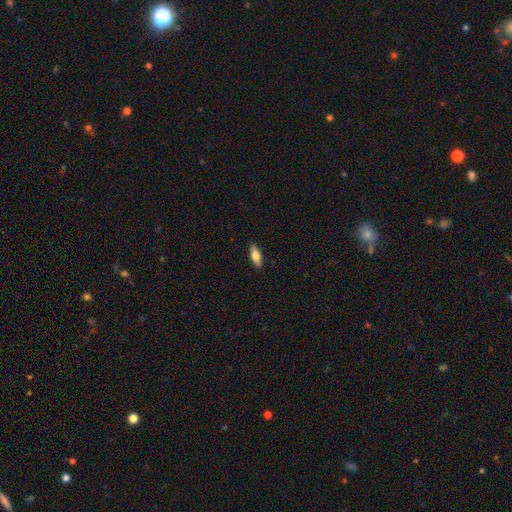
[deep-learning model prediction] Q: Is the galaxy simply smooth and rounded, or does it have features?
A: smooth — 72%.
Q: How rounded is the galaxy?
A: in between — 71%.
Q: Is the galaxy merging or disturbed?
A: none — 89%.